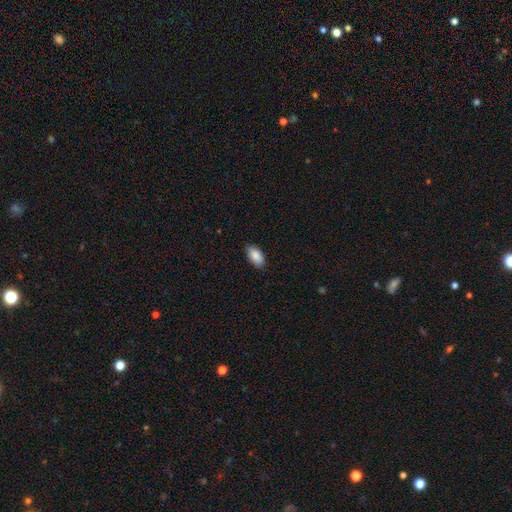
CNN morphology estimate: smooth_or_featured: smooth (p=0.87) [alt: star or artifact p=0.07]
how_rounded: in between (p=0.93) [alt: cigar-shaped p=0.03]
merging: none (p=0.86) [alt: minor disturbance p=0.11]